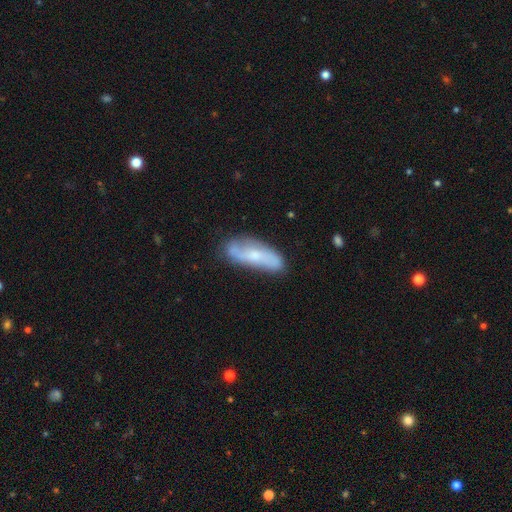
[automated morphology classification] Smooth or featured? Predicted: featured or disk (p=0.57). Edge-on disk? Predicted: no (p=0.82). Merging? Predicted: none (p=0.74).